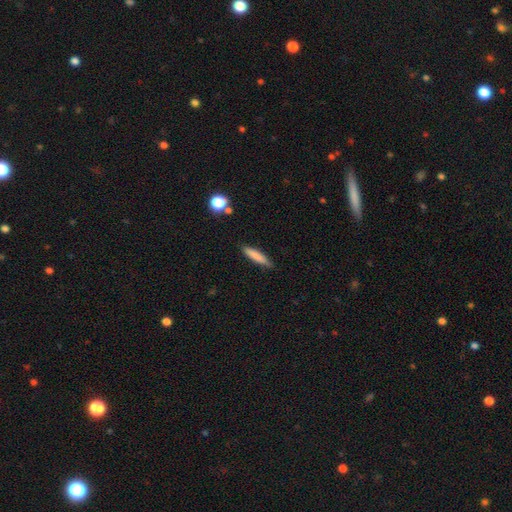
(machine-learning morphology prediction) Smooth or featured? smooth (80%)
How rounded? cigar-shaped (85%)
Merging? none (84%)